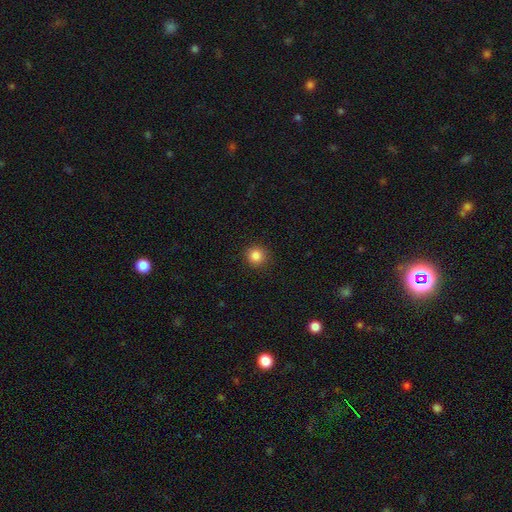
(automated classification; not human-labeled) Smooth or featured? Predicted: smooth (p=0.85). How rounded? Predicted: round (p=0.94). Merging? Predicted: none (p=0.92).